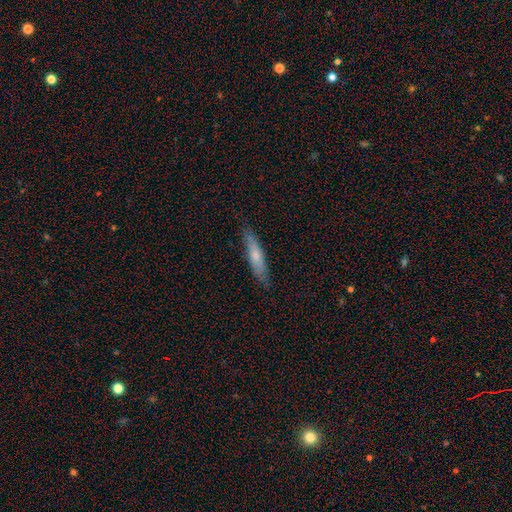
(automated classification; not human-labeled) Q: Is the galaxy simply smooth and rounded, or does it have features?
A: smooth — 63%.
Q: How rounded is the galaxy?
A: cigar-shaped — 81%.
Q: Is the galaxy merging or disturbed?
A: none — 81%.